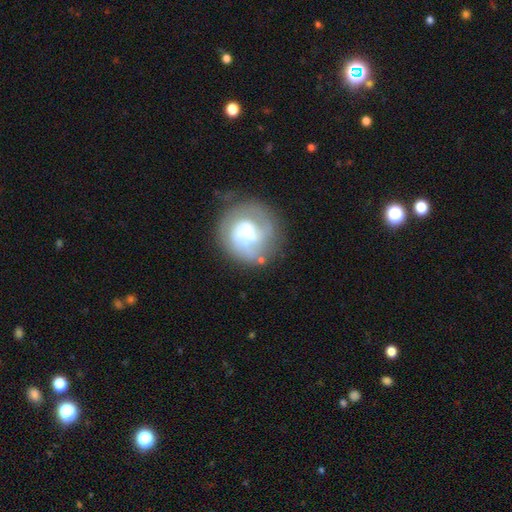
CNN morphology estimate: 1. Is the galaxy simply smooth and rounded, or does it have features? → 60% featured or disk, 31% smooth, 9% star or artifact.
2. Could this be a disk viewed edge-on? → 98% no, 2% yes.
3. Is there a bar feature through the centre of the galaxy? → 53% no, 36% weak, 11% strong.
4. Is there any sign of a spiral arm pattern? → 74% yes, 26% no.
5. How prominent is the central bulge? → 36% moderate, 32% large, 17% small, 10% none, 6% dominant.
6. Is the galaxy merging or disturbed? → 63% none, 19% minor disturbance, 14% major disturbance, 4% merger.